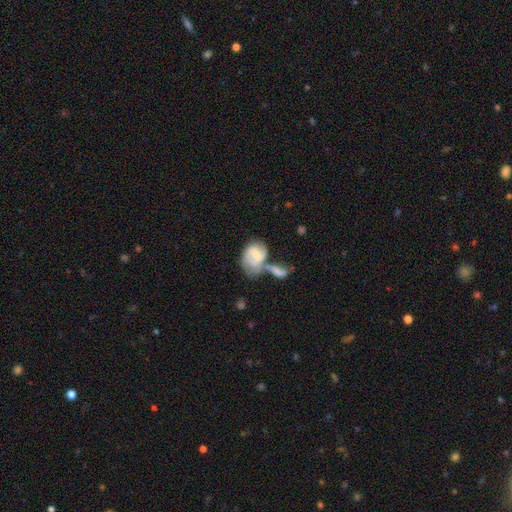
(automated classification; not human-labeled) Smooth or featured? featured or disk (62%)
Edge-on disk? no (97%)
Bar? weak (47%)
Spiral arms? yes (81%)
Bulge size? small (50%)
Merging? merger (52%)